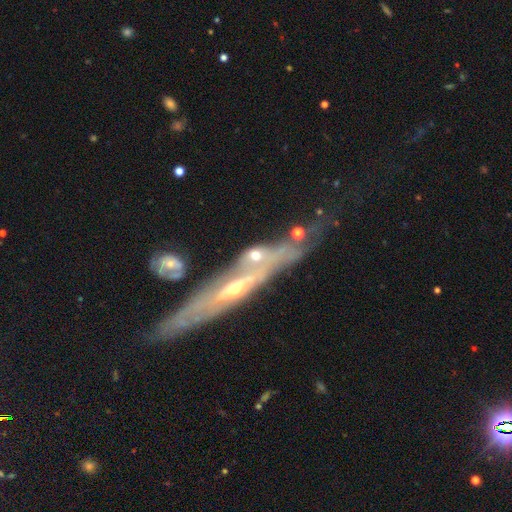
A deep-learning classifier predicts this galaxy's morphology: This is possibly a featured or disk galaxy (54%). It is possibly not viewed edge-on (56%). Merging: likely merger (60%).